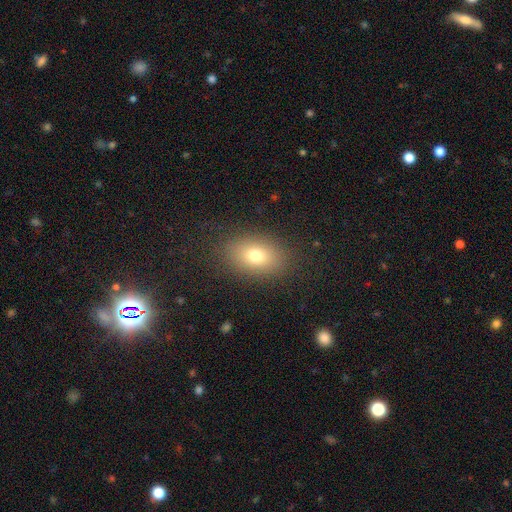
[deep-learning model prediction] This is likely a smooth galaxy (75%). How rounded: clearly in between (82%). Merging: clearly none (87%).